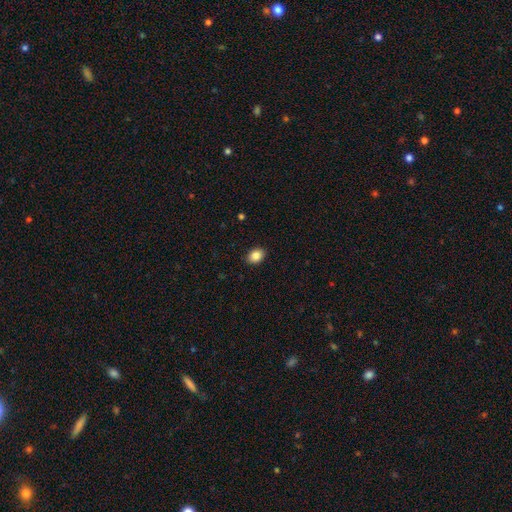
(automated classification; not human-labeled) A smooth galaxy with no disk features (87%) that is in between round and cigar-shaped (73%).

Vote fractions:
- Smooth or featured? smooth: 87% / star or artifact: 8% / featured or disk: 5%
- How rounded? in between: 73% / round: 25% / cigar-shaped: 1%
- Merging? none: 88% / minor disturbance: 9% / major disturbance: 2% / merger: 1%